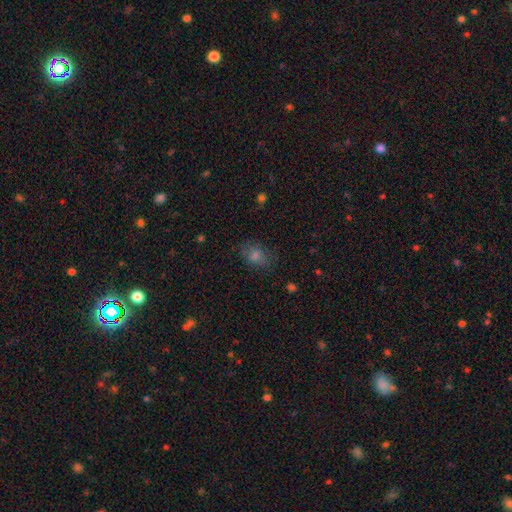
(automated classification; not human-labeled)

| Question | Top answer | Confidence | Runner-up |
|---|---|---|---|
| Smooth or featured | smooth | 74% | star or artifact (16%) |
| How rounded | in between | 69% | round (29%) |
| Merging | none | 77% | minor disturbance (16%) |